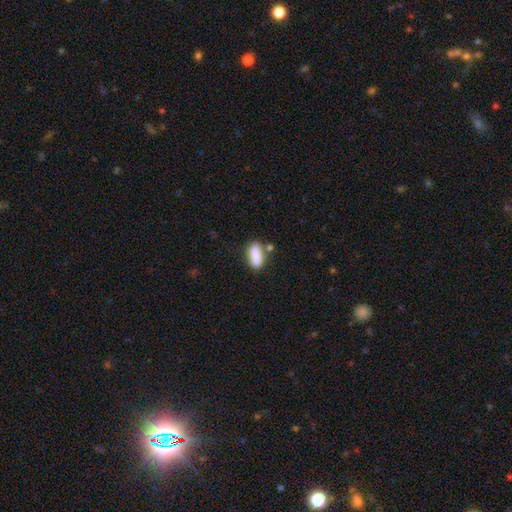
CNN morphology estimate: smooth-or-featured: smooth: 85% | star or artifact: 8% | featured or disk: 8%
  how-rounded: in between: 78% | cigar-shaped: 18% | round: 4%
  merging: none: 63% | minor disturbance: 17% | merger: 14% | major disturbance: 5%